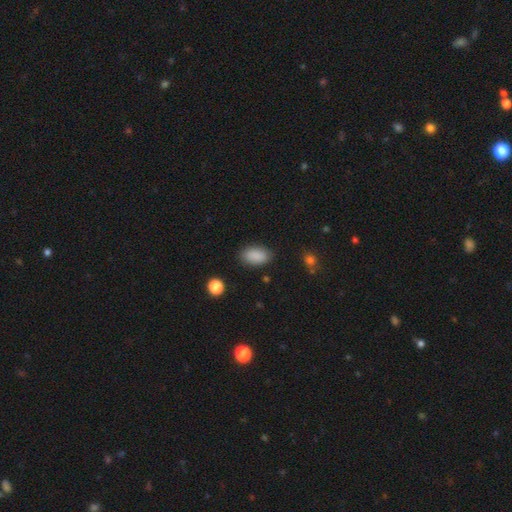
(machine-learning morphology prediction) type=smooth (89%); roundness=in between (92%); merging=none (86%).